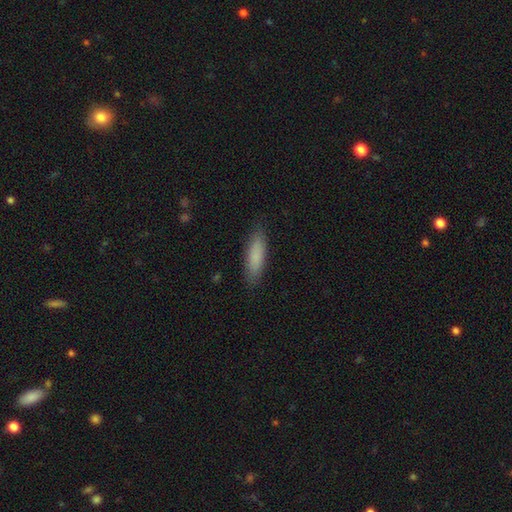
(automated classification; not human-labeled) This appears to be a smooth galaxy with no disk features (86%) that is cigar-shaped (62%). Merging: none (87%).